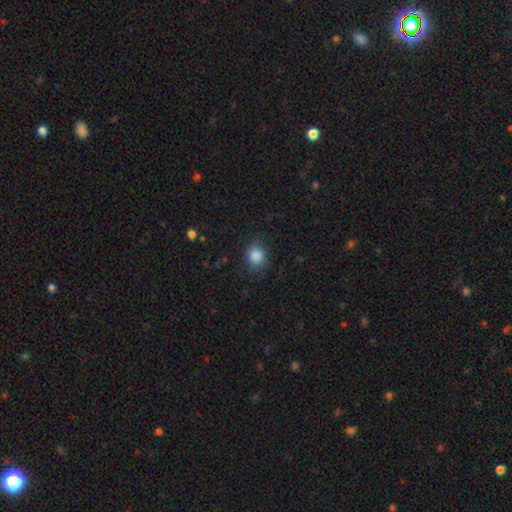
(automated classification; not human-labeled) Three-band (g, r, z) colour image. It shows a smooth galaxy with no disk features (86%) that is round (72%). Merging: none (83%).